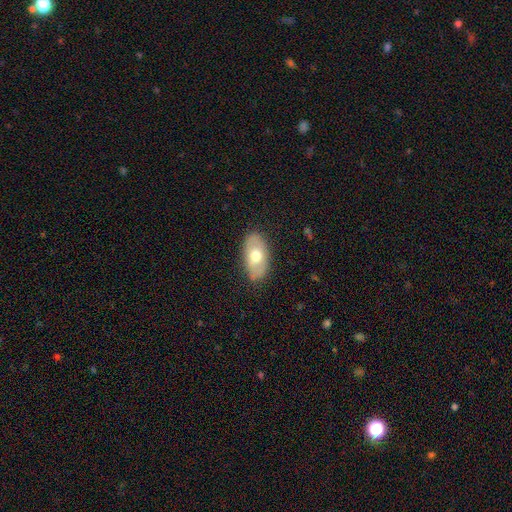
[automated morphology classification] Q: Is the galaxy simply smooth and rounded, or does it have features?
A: smooth — 58%.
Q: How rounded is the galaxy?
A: in between — 92%.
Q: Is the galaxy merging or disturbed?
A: none — 82%.